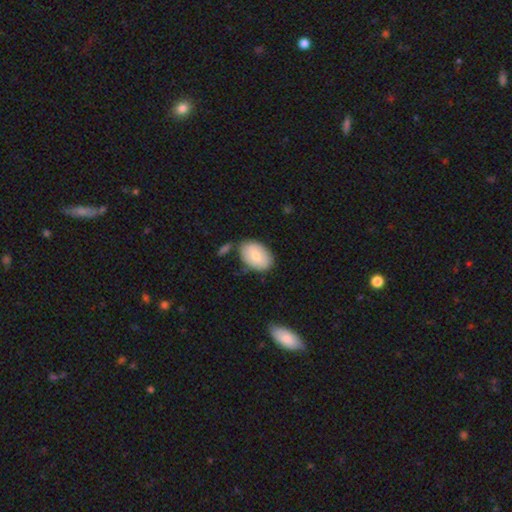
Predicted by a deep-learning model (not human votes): Smooth or featured: smooth — 77% (featured or disk — 17%)
How rounded: in between — 89% (round — 10%)
Merging: none — 71% (minor disturbance — 17%)